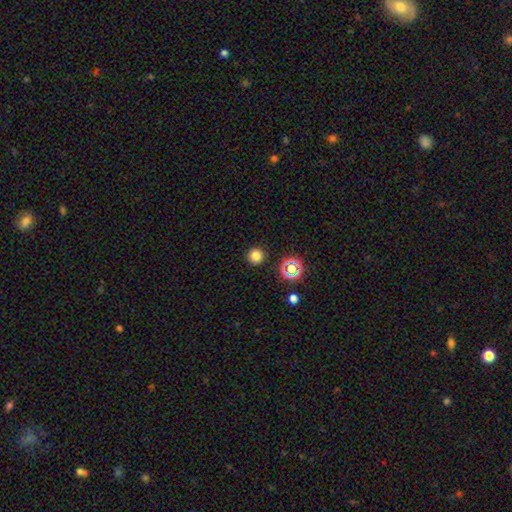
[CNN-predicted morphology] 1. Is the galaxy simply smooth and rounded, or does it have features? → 79% smooth, 17% star or artifact, 5% featured or disk.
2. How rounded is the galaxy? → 96% round, 3% in between, 1% cigar-shaped.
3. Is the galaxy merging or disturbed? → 92% none, 5% minor disturbance, 2% major disturbance, 1% merger.